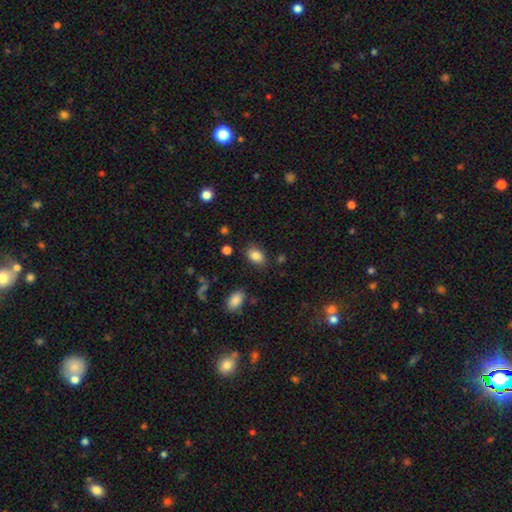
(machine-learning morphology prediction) This is clearly a smooth galaxy (85%). How rounded: clearly in between (83%). Merging: clearly none (81%).